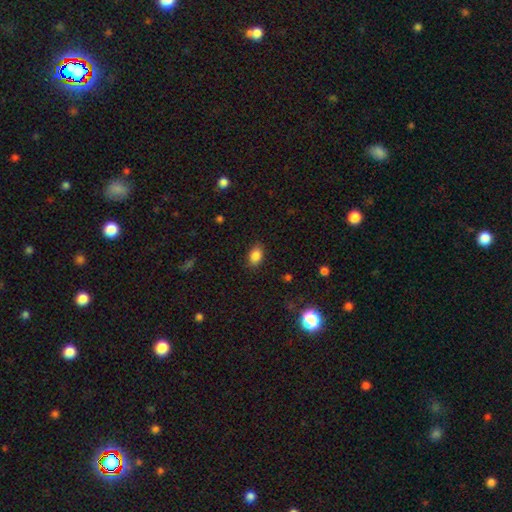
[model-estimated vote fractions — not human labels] Morphology: type=smooth (86%); roundness=in between (83%); merging=none (86%).